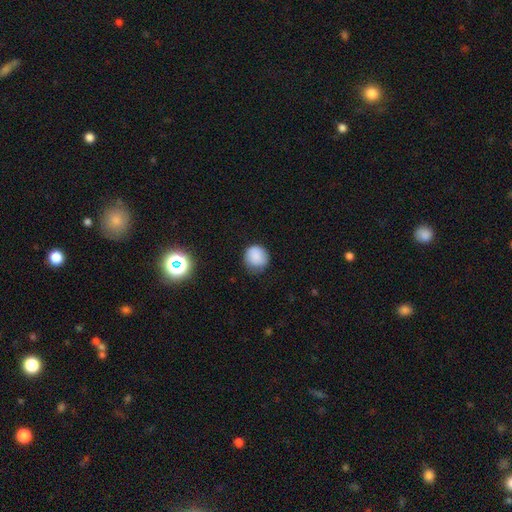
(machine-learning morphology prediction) This appears to be a smooth galaxy with no disk features (85%) that is round (90%). Merging: none (74%).